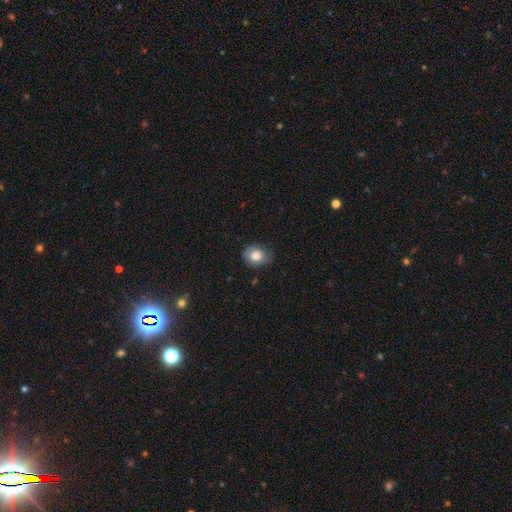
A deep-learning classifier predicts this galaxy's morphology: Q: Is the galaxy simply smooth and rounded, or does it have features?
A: smooth — 82%.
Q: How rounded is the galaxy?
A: in between — 56%.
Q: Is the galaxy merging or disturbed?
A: none — 74%.